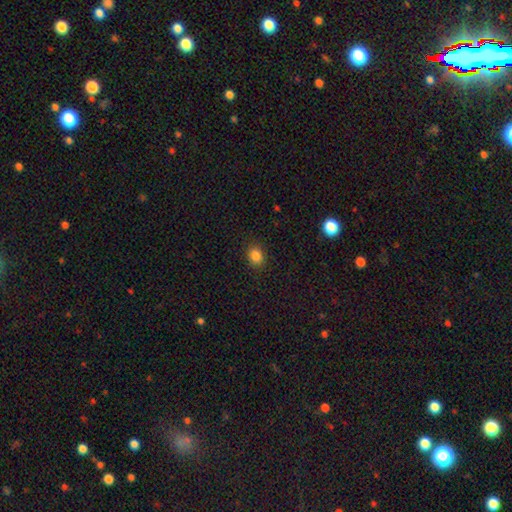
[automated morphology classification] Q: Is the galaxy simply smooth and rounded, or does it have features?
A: smooth — 84%.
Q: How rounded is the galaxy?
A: round — 59%.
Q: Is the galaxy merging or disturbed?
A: none — 89%.